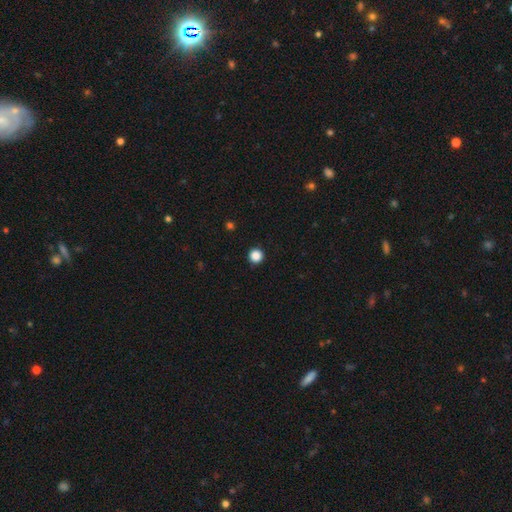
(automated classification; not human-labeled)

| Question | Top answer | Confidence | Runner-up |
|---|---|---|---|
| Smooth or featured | smooth | 87% | star or artifact (11%) |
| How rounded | round | 96% | in between (3%) |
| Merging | none | 93% | minor disturbance (4%) |